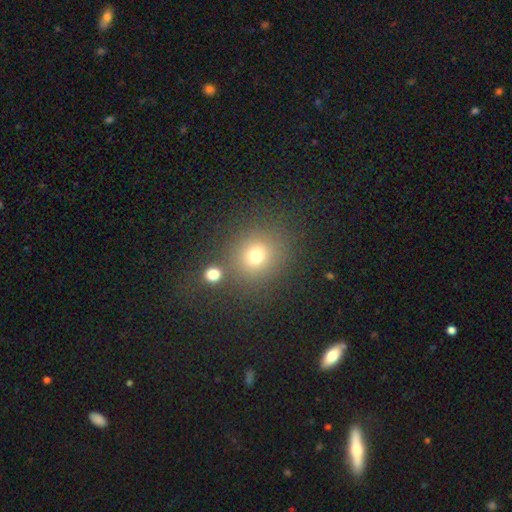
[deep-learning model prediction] smooth_or_featured: smooth (p=0.71) [alt: star or artifact p=0.20]
how_rounded: round (p=0.85) [alt: in between p=0.14]
merging: none (p=0.77) [alt: merger p=0.09]